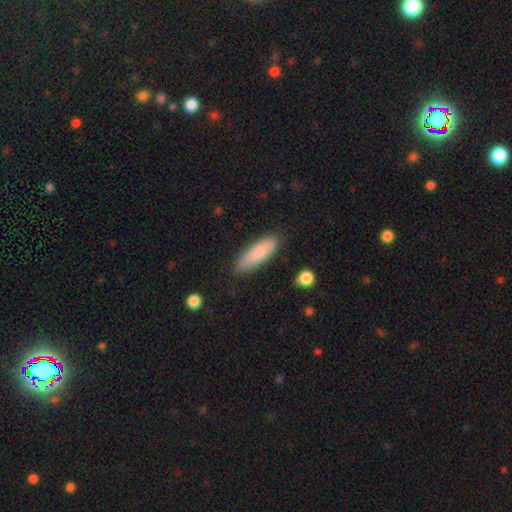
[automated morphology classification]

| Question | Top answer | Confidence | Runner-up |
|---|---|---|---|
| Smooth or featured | smooth | 84% | featured or disk (10%) |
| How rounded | cigar-shaped | 54% | in between (45%) |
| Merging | none | 87% | minor disturbance (10%) |